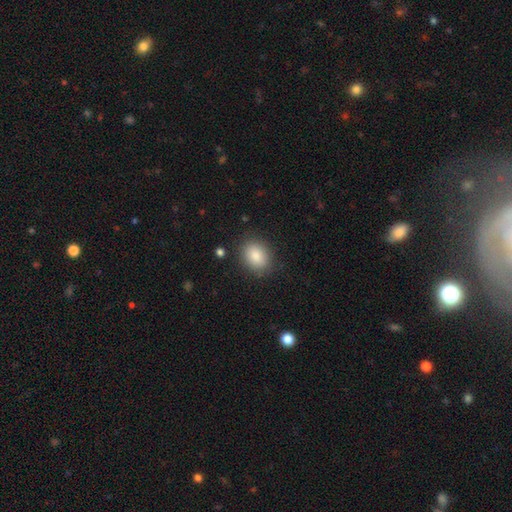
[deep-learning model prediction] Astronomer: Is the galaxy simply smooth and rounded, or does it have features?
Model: smooth — 86%.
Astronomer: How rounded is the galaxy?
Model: in between — 56% (runner-up: round, 43%).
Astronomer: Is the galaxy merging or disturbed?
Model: none — 85%.